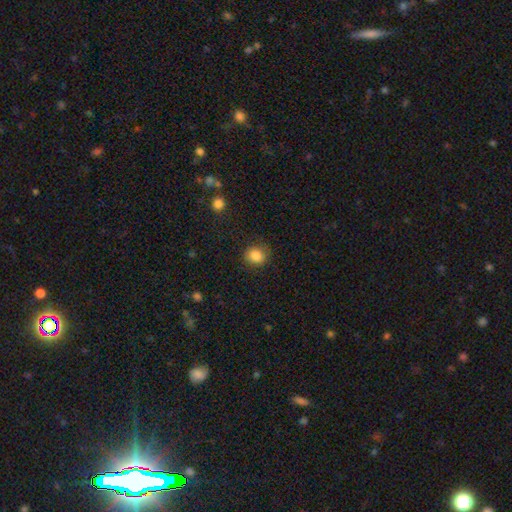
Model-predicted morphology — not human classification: Overall: smooth (85%). How rounded: round (76%). Merging: none (82%).